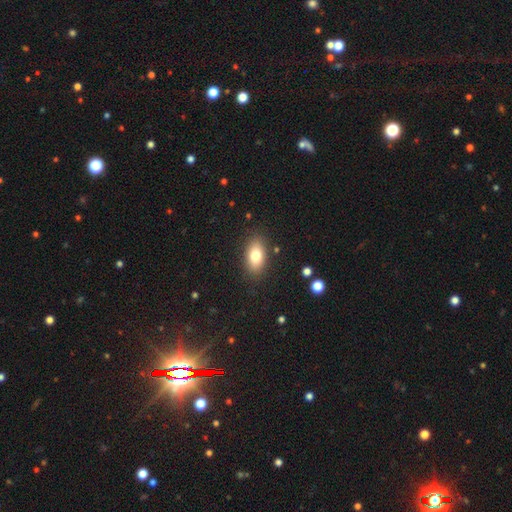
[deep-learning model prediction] Overall: smooth (79%). How rounded: in between (89%). Merging: none (86%).